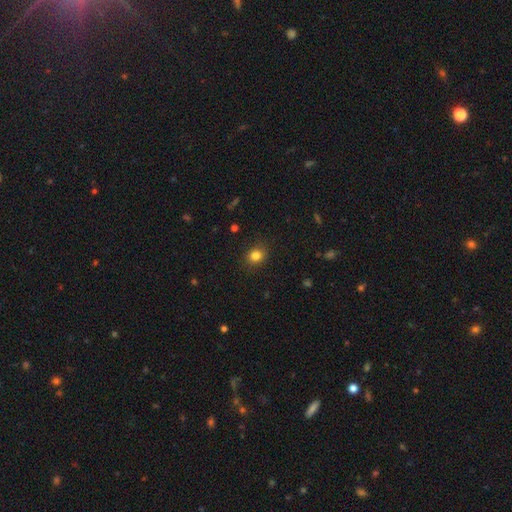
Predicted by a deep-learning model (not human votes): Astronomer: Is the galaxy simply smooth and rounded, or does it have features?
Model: smooth — 83%.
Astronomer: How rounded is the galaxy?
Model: round — 69%.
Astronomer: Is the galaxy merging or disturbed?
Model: none — 87%.